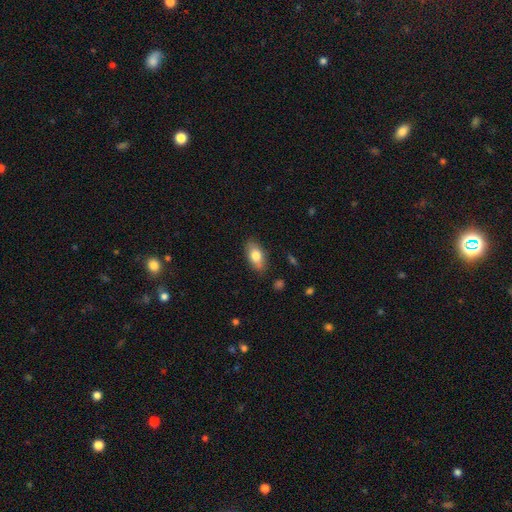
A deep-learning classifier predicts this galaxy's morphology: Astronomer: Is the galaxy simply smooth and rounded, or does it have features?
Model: smooth — 79%.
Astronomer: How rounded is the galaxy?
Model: in between — 90%.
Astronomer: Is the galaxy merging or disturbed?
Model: none — 84%.